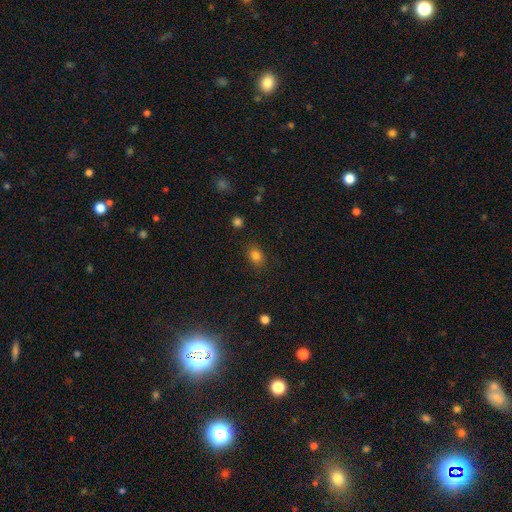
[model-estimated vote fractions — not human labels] Overall: smooth (81%). How rounded: in between (60%; round 39%). Merging: none (85%).